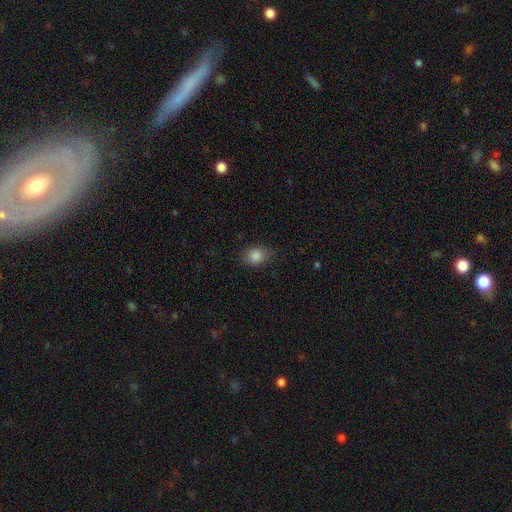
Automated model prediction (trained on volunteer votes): smooth_or_featured: smooth (p=0.84) [alt: star or artifact p=0.10]
how_rounded: in between (p=0.49) [tied with: round p=0.49]
merging: none (p=0.76) [alt: minor disturbance p=0.18]